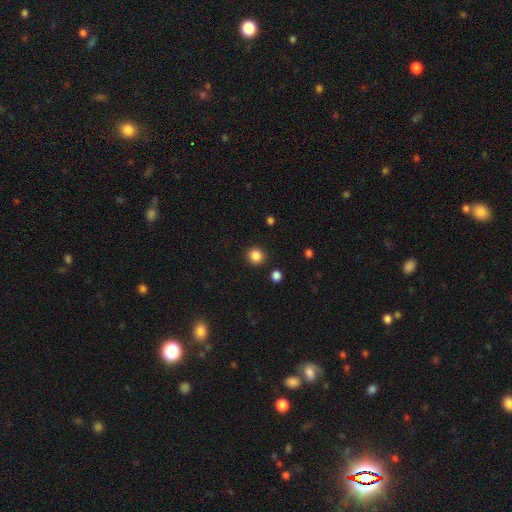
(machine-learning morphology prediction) The model was most divided on "smooth or featured": smooth: 86%, star or artifact: 11%, featured or disk: 3%. More confident: how rounded — round (91%); merging — none (90%).